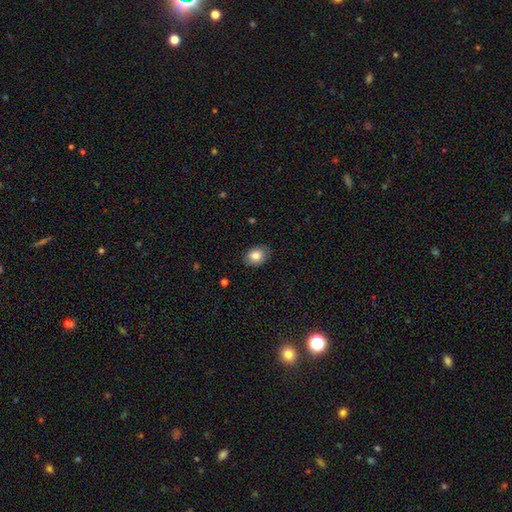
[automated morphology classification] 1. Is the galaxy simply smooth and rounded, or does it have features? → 83% smooth, 9% featured or disk, 8% star or artifact.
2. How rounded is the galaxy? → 62% in between, 37% round, 1% cigar-shaped.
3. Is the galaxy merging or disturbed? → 84% none, 13% minor disturbance, 3% major disturbance, 1% merger.